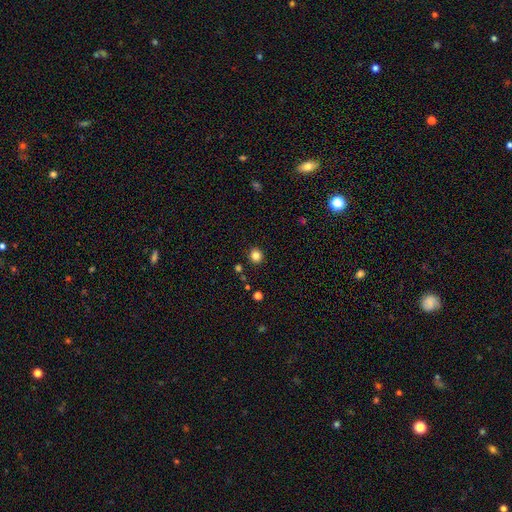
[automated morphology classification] Smooth or featured? Predicted: smooth (p=0.83). How rounded? Predicted: round (p=0.92). Merging? Predicted: none (p=0.90).